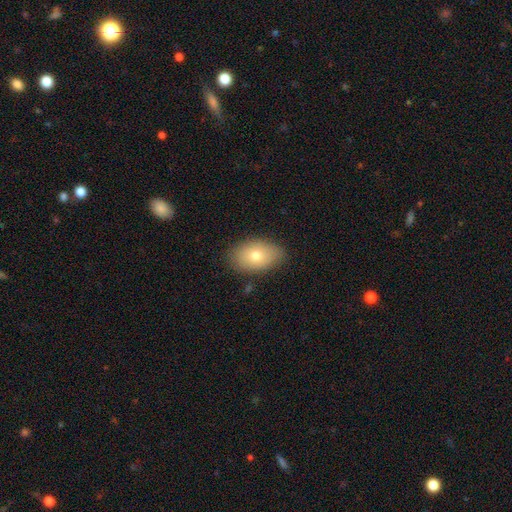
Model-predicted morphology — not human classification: This is likely a smooth galaxy (74%). How rounded: clearly in between (88%). Merging: clearly none (84%).